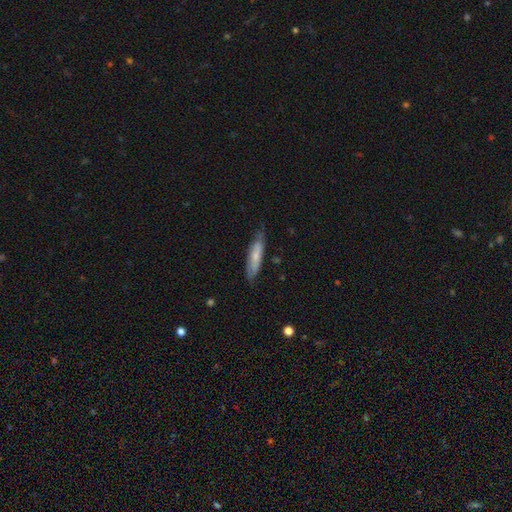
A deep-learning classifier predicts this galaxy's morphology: Smooth or featured? smooth (61%)
How rounded? cigar-shaped (76%)
Merging? none (70%)